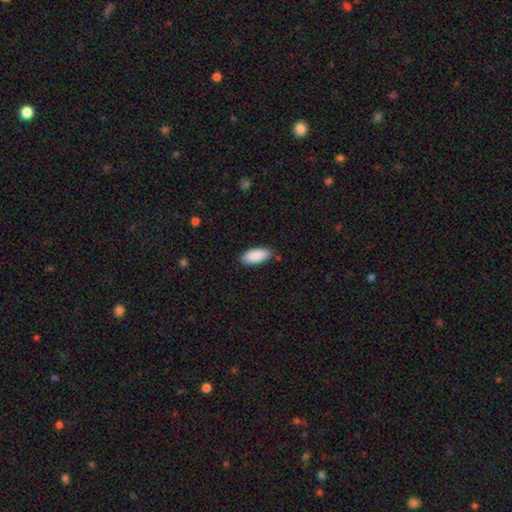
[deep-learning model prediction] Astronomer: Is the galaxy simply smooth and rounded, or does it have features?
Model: smooth — 90%.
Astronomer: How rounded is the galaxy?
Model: in between — 85%.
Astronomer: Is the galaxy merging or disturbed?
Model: none — 84%.